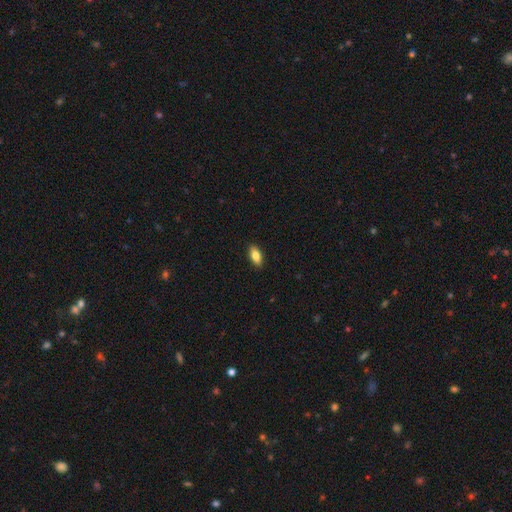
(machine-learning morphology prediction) Q: Smooth or featured?
A: smooth (81%); runner-up: featured or disk (12%)
Q: How rounded?
A: in between (87%); runner-up: cigar-shaped (10%)
Q: Merging?
A: none (90%); runner-up: minor disturbance (8%)